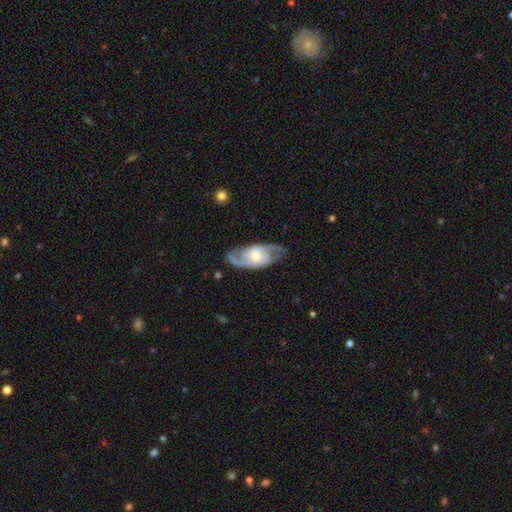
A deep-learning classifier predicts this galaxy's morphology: This appears to be a featured or disk galaxy (86%) with no bar (49%), 2 (86%) medium (52%) spiral arms (95%) and a moderate central bulge (59%). Merging: none (78%).